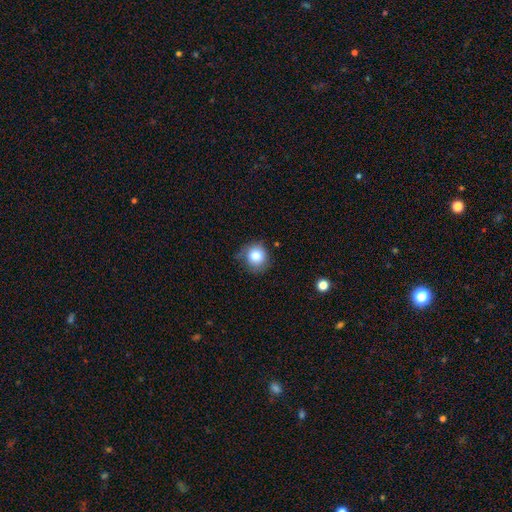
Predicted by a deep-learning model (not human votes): This appears to be a smooth galaxy with no disk features (83%) that is round (89%). Merging: none (68%).